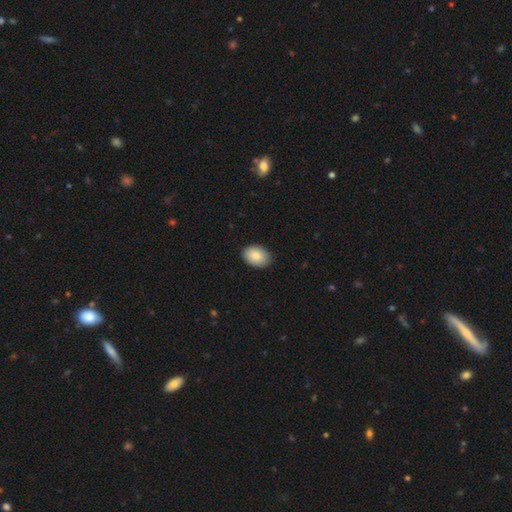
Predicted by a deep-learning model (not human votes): Q: Smooth or featured?
A: smooth (89%); runner-up: star or artifact (6%)
Q: How rounded?
A: in between (85%); runner-up: round (14%)
Q: Merging?
A: none (87%); runner-up: minor disturbance (10%)